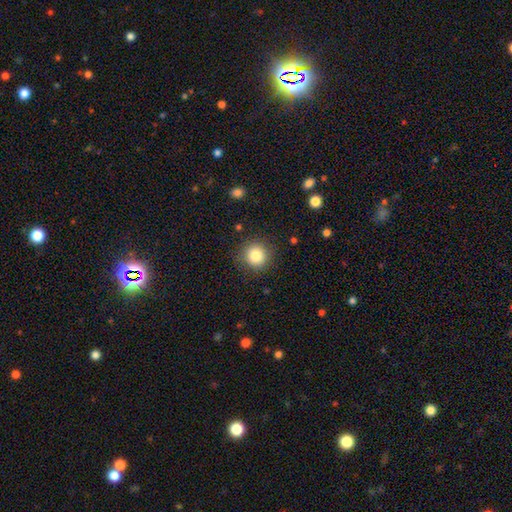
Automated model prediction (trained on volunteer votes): smooth-or-featured: smooth: 84% | star or artifact: 10% | featured or disk: 6%
  how-rounded: round: 93% | in between: 6% | cigar-shaped: 1%
  merging: none: 88% | minor disturbance: 8% | major disturbance: 3% | merger: 1%